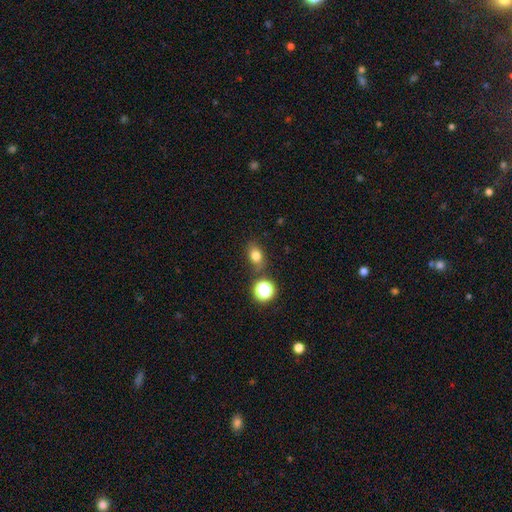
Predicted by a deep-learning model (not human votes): smooth 76%, star or artifact 15%, featured or disk 9%. Down the decision tree: how rounded — in between (66%); merging — none (78%).